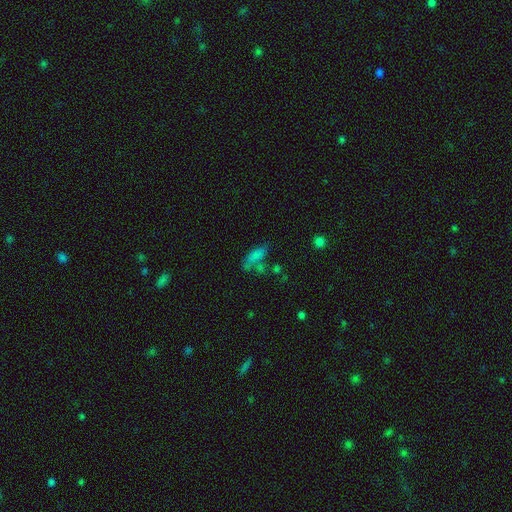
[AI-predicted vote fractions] This appears to be a smooth galaxy with no disk features (71%) that is in between round and cigar-shaped (61%). Merging: none (45%).